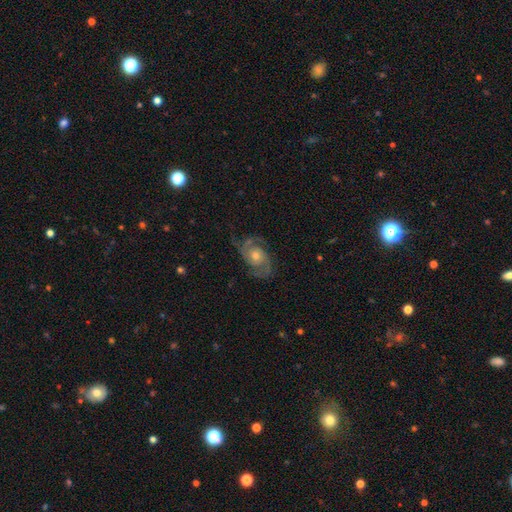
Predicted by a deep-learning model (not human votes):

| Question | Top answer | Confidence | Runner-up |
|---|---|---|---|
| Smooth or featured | featured or disk | 88% | smooth (6%) |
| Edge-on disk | no | 97% | yes (3%) |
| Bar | no | 74% | weak (22%) |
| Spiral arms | yes | 97% | no (3%) |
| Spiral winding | medium | 52% | tight (34%) |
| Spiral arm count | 2 | 76% | 3 (11%) |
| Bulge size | moderate | 61% | small (31%) |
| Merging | none | 76% | minor disturbance (16%) |